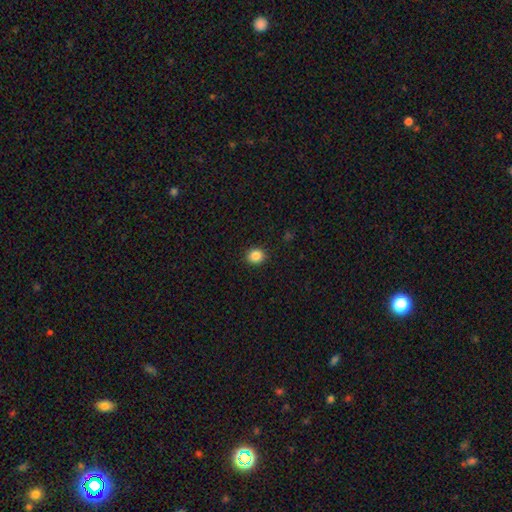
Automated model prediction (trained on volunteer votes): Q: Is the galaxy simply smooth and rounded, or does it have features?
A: smooth — 86%.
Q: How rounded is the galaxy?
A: round — 81%.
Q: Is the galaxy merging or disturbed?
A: none — 91%.